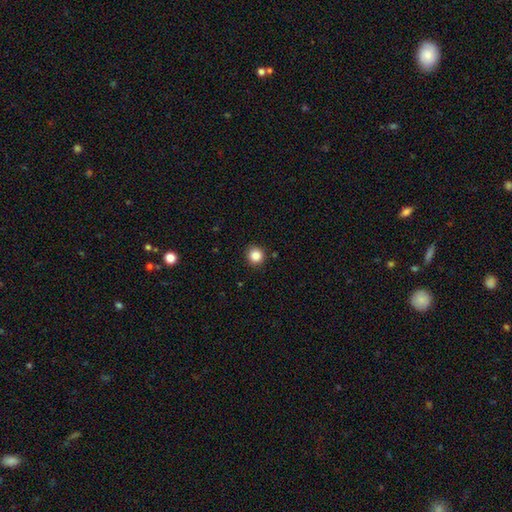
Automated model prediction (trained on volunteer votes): A smooth galaxy with no disk features (86%) that is round (94%).

Vote fractions:
- Smooth or featured? smooth: 86% / star or artifact: 11% / featured or disk: 3%
- How rounded? round: 94% / in between: 5% / cigar-shaped: 1%
- Merging? none: 91% / minor disturbance: 6% / major disturbance: 2% / merger: 1%